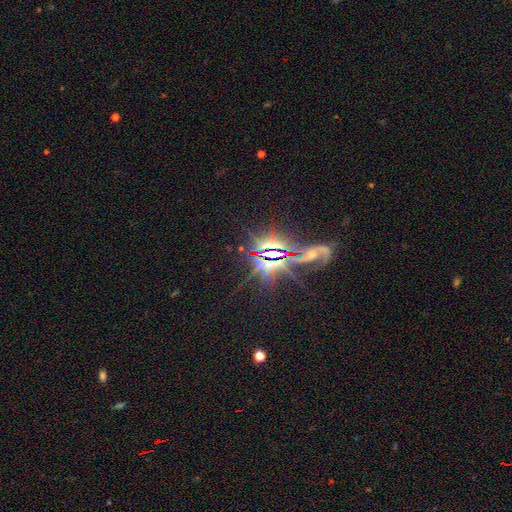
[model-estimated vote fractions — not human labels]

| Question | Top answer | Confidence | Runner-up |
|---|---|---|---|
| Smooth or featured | star or artifact | 64% | smooth (20%) |